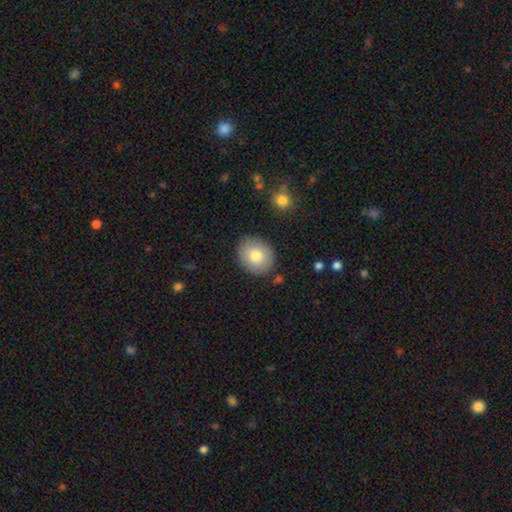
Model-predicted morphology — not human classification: type=smooth (79%); roundness=round (62%); merging=none (86%).